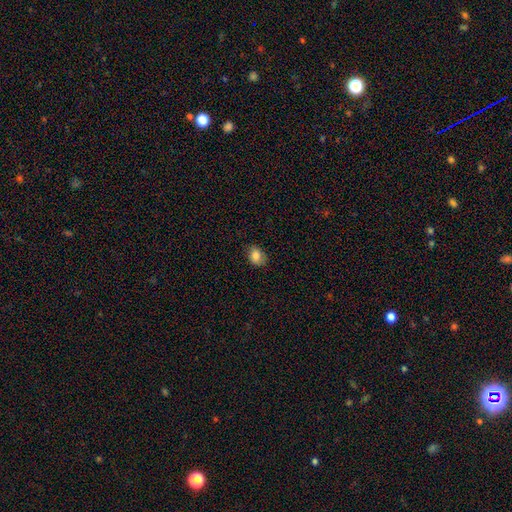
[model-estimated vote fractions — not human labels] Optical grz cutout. It shows a smooth galaxy with no disk features (85%) that is in between round and cigar-shaped (64%). Merging: none (75%).